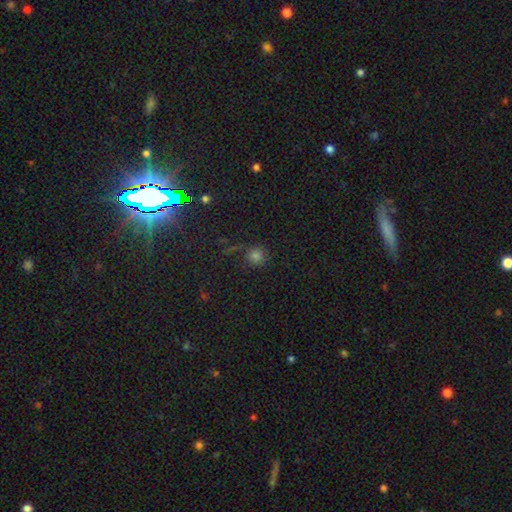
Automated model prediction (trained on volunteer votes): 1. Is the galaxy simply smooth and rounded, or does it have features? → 68% smooth, 26% star or artifact, 6% featured or disk.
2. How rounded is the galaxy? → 93% round, 6% in between, 1% cigar-shaped.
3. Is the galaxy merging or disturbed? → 78% none, 13% minor disturbance, 5% major disturbance, 4% merger.